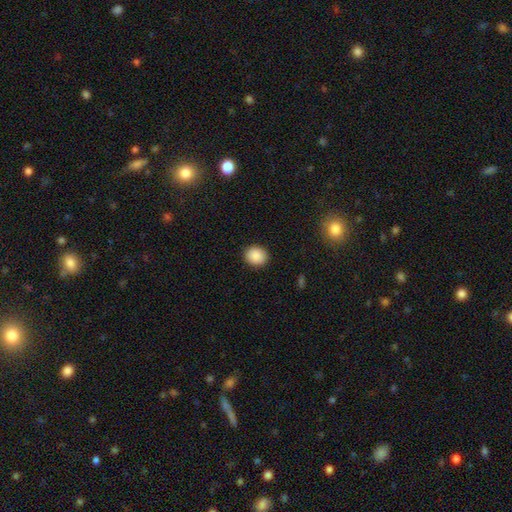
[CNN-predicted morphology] This appears to be a smooth galaxy with no disk features (89%) that is round (77%). Merging: none (91%).